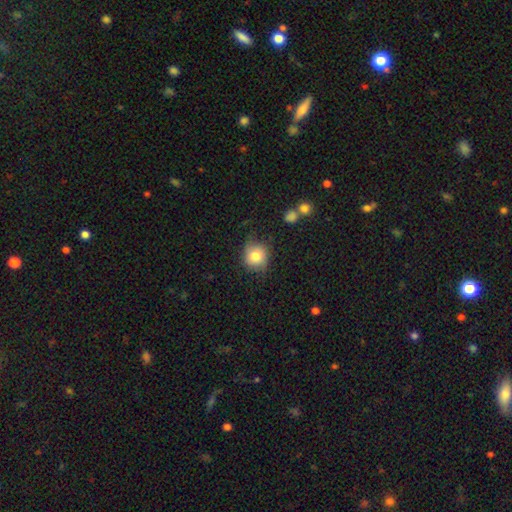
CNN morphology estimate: smooth 76%, featured or disk 14%, star or artifact 10%. Down the decision tree: how rounded — round (84%); merging — none (70%).